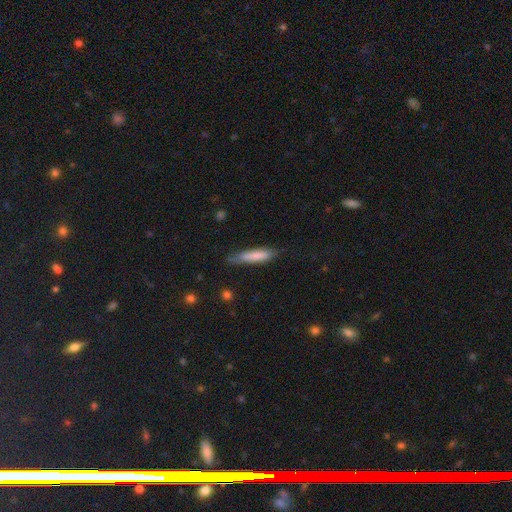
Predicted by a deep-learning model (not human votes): smooth-or-featured: smooth: 77% | featured or disk: 17% | star or artifact: 6%
  how-rounded: cigar-shaped: 81% | in between: 17% | round: 1%
  merging: none: 66% | minor disturbance: 26% | major disturbance: 6% | merger: 2%